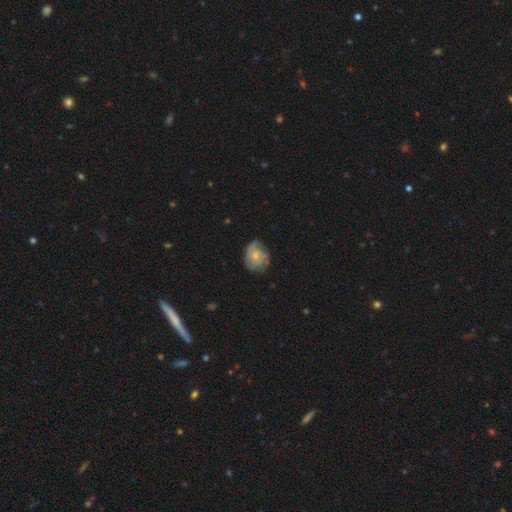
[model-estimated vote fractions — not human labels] smooth_or_featured: featured or disk (p=0.58) [alt: smooth p=0.35]
disk_edge_on: no (p=0.97) [alt: yes p=0.03]
bar: no (p=0.78) [alt: weak p=0.19]
has_spiral_arms: yes (p=0.86) [alt: no p=0.14]
bulge_size: small (p=0.52) [alt: moderate p=0.39]
merging: none (p=0.64) [alt: minor disturbance p=0.26]